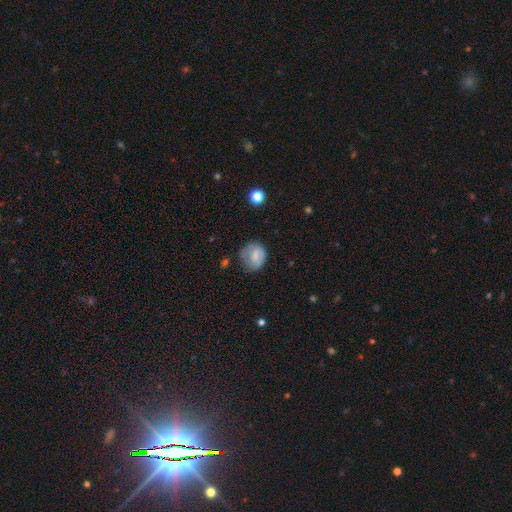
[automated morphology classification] Smooth or featured: smooth — 69% (featured or disk — 23%)
How rounded: round — 69% (in between — 30%)
Merging: none — 55% (minor disturbance — 29%)